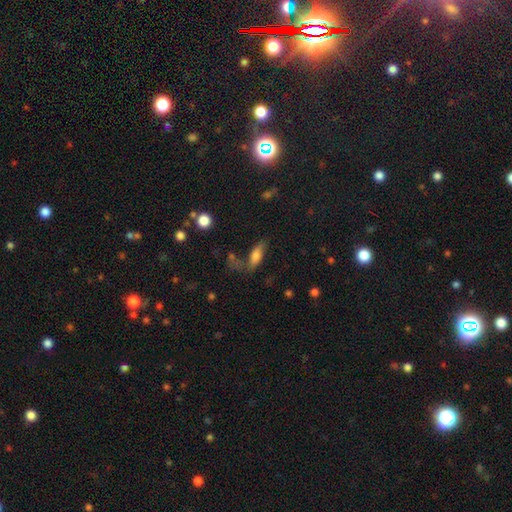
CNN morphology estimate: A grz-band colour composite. It shows a smooth galaxy with no disk features (59%) that is in between round and cigar-shaped (69%). Merging: none (45%).